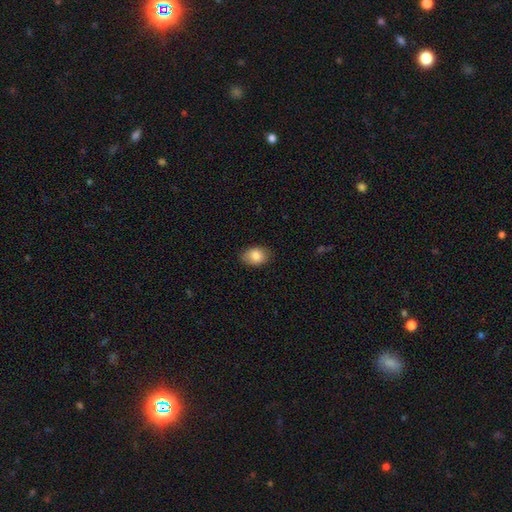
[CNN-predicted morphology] Smooth or featured? smooth (85%)
How rounded? in between (78%)
Merging? none (86%)